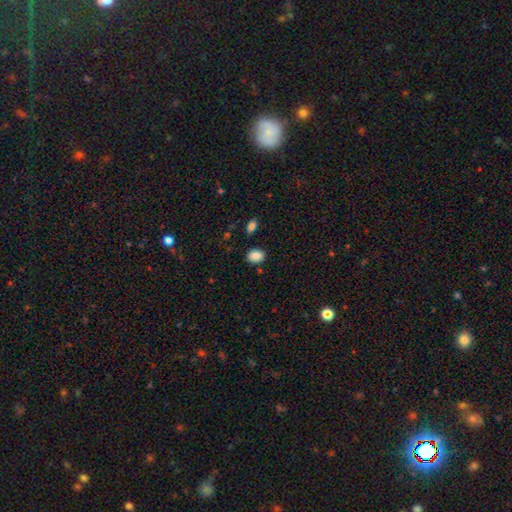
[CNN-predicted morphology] A smooth galaxy with no disk features (87%) that is in between round and cigar-shaped (64%).

Vote fractions:
- Smooth or featured? smooth: 87% / star or artifact: 8% / featured or disk: 5%
- How rounded? in between: 64% / round: 35% / cigar-shaped: 1%
- Merging? none: 83% / minor disturbance: 11% / merger: 4% / major disturbance: 3%